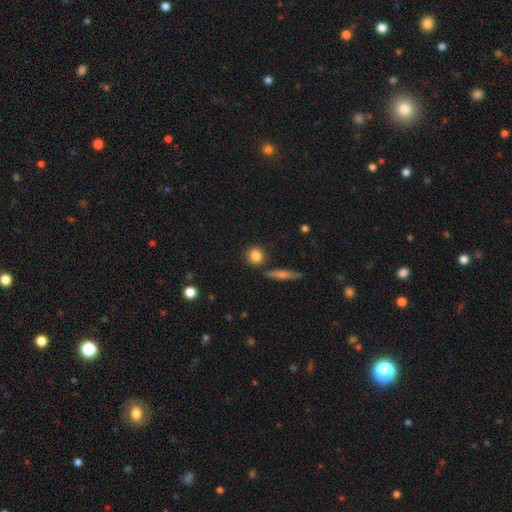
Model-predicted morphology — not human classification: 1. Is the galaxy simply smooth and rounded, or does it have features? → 84% smooth, 9% star or artifact, 7% featured or disk.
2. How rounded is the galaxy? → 85% round, 12% in between, 3% cigar-shaped.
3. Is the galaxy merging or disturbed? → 83% none, 9% minor disturbance, 6% merger, 2% major disturbance.